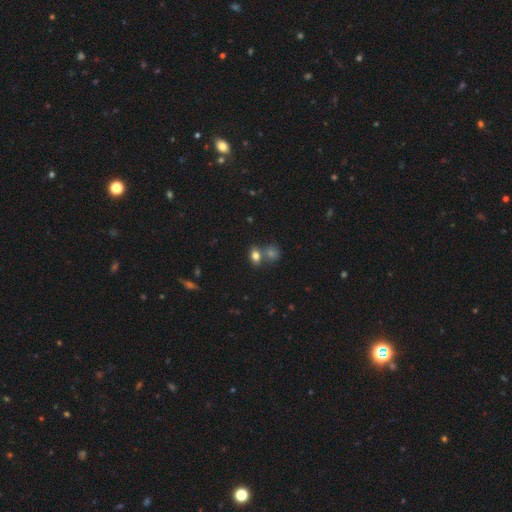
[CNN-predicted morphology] The model was most divided on "merging": none: 50%, merger: 36%, minor disturbance: 10%, major disturbance: 3%. More confident: smooth or featured — smooth (77%); how rounded — in between (73%).